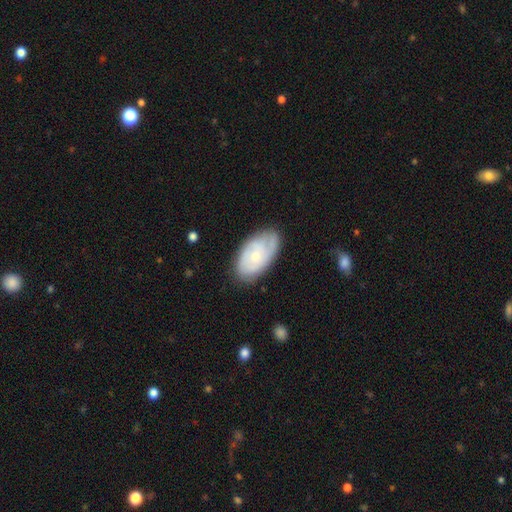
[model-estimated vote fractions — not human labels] Smooth or featured?
  - featured or disk: 57% *
  - smooth: 38%
  - star or artifact: 6%
Edge-on disk?
  - no: 94% *
  - yes: 6%
Bar?
  - no: 78% *
  - weak: 19%
  - strong: 3%
Spiral arms?
  - yes: 77% *
  - no: 23%
Bulge size?
  - small: 59% *
  - moderate: 36%
  - none: 2%
  - large: 2%
  - dominant: 1%
Merging?
  - none: 71% *
  - minor disturbance: 22%
  - major disturbance: 5%
  - merger: 2%